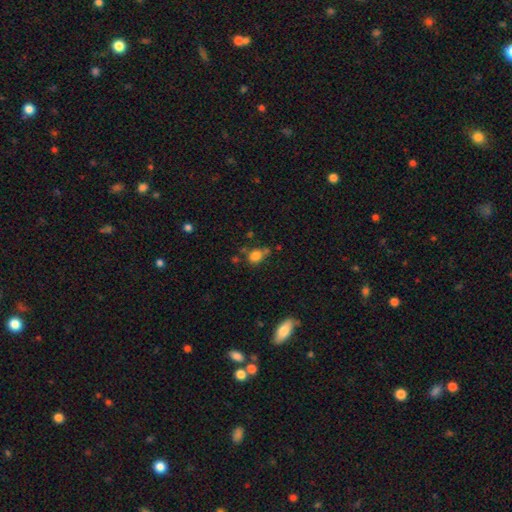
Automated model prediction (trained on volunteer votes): smooth_or_featured: smooth (p=0.80) [alt: star or artifact p=0.13]
how_rounded: round (p=0.57) [alt: in between p=0.42]
merging: none (p=0.56) [alt: minor disturbance p=0.20]